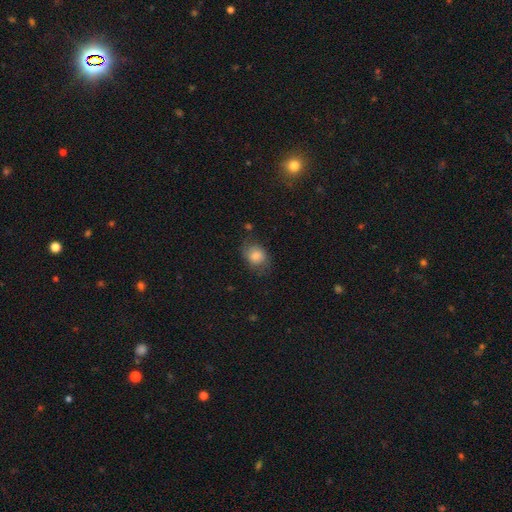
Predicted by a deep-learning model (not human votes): Smooth or featured?
  - smooth: 72% *
  - featured or disk: 18%
  - star or artifact: 9%
How rounded?
  - in between: 52% *
  - round: 47%
  - cigar-shaped: 1%
Merging?
  - none: 63% *
  - minor disturbance: 25%
  - major disturbance: 10%
  - merger: 2%